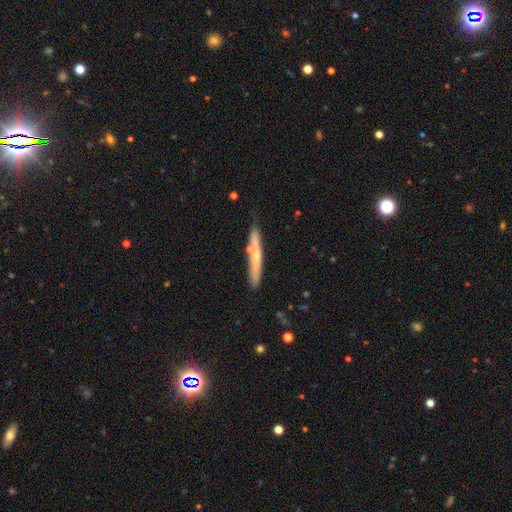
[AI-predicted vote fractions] smooth 49%, featured or disk 45%, star or artifact 6%. Down the decision tree: merging — none (76%).